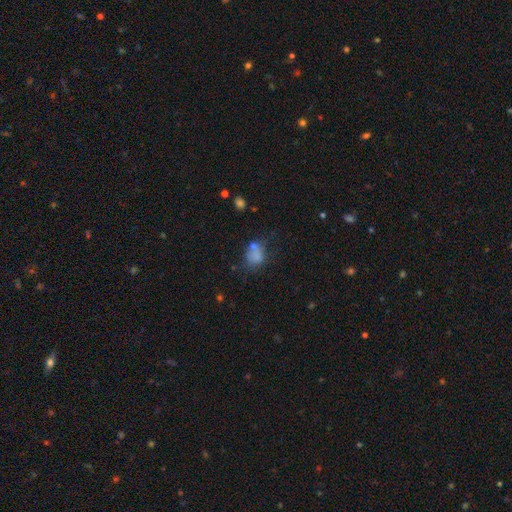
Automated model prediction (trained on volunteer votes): A smooth galaxy with no disk features (68%) that is in between round and cigar-shaped (60%).

Vote fractions:
- Smooth or featured? smooth: 68% / featured or disk: 18% / star or artifact: 14%
- How rounded? in between: 60% / round: 38% / cigar-shaped: 1%
- Merging? none: 35% / minor disturbance: 25% / major disturbance: 21% / merger: 19%